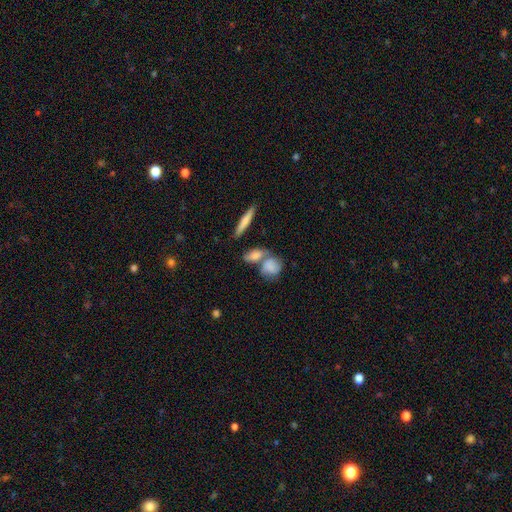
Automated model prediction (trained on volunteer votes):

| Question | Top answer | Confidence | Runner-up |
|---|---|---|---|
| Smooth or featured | smooth | 61% | featured or disk (29%) |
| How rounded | in between | 50% | round (35%) |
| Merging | none | 43% | merger (34%) |